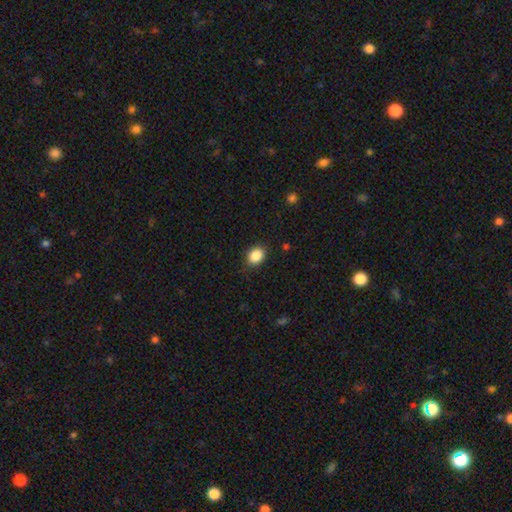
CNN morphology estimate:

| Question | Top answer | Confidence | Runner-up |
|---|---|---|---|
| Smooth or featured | smooth | 88% | star or artifact (9%) |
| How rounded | in between | 60% | round (39%) |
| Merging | none | 85% | minor disturbance (11%) |